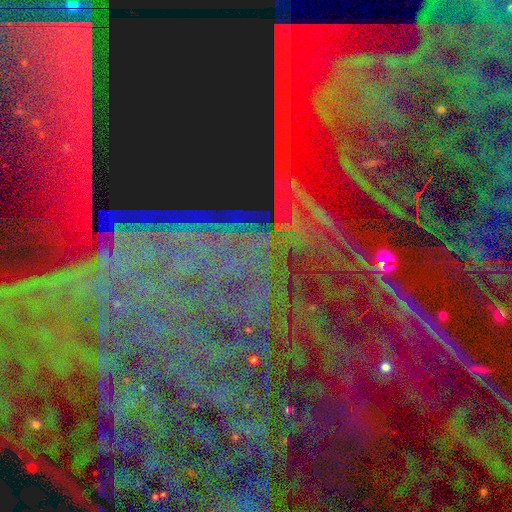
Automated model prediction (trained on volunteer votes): Overall: star or artifact (88%).